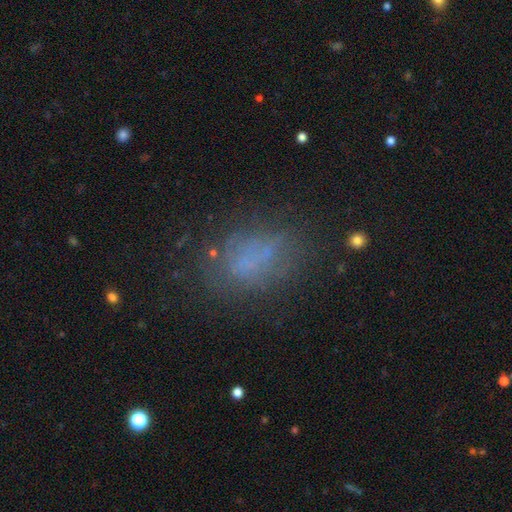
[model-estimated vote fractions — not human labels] smooth 58%, featured or disk 23%, star or artifact 19%. Down the decision tree: how rounded — in between (81%); merging — none (62%).